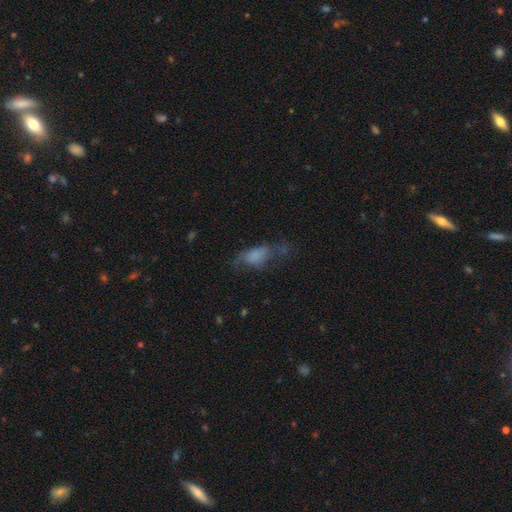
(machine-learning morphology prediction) smooth-or-featured: smooth: 64% | featured or disk: 25% | star or artifact: 11%
  how-rounded: in between: 80% | cigar-shaped: 14% | round: 5%
  merging: major disturbance: 37% | none: 32% | minor disturbance: 27% | merger: 4%